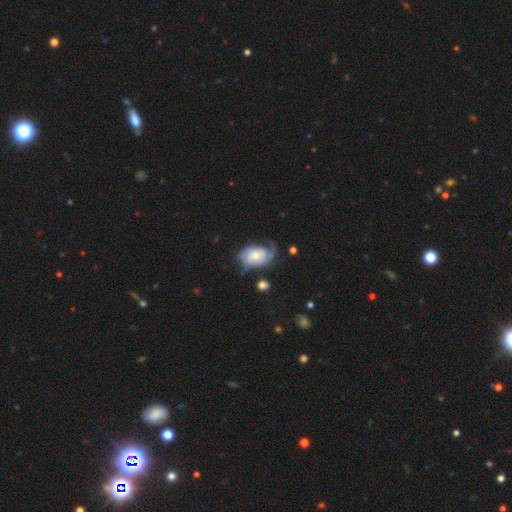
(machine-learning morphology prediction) smooth-or-featured: featured or disk: 68% | smooth: 26% | star or artifact: 6%
  disk-edge-on: no: 96% | yes: 4%
    bar: no: 70% | weak: 25% | strong: 5%
    has-spiral-arms: yes: 89% | no: 11%
      spiral-winding: tight: 39% | medium: 37% | loose: 24%
      spiral-arm-count: 2: 44% | can't tell: 25% | 1: 15% | 3: 11% | 4: 3% | more than 4: 3%
    bulge-size: moderate: 50% | small: 40% | large: 6% | none: 3% | dominant: 1%
  merging: none: 49% | minor disturbance: 27% | major disturbance: 21% | merger: 3%